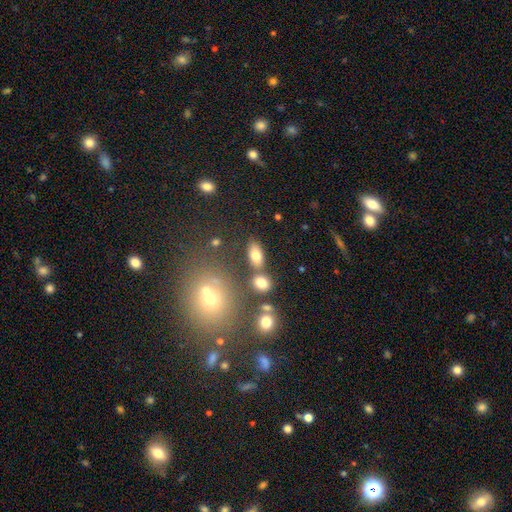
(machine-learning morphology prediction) smooth_or_featured: smooth (p=0.74) [alt: featured or disk p=0.14]
how_rounded: in between (p=0.86) [alt: round p=0.09]
merging: none (p=0.72) [alt: merger p=0.12]